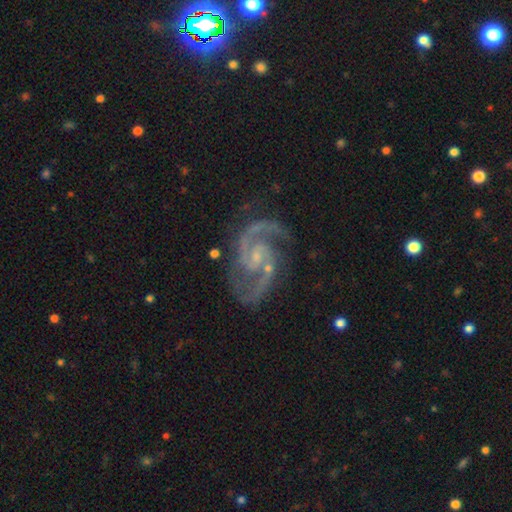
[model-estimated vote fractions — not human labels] smooth_or_featured: featured or disk (p=0.93) [alt: star or artifact p=0.04]
disk_edge_on: no (p=0.98) [alt: yes p=0.02]
bar: weak (p=0.45) [alt: no p=0.44]
has_spiral_arms: yes (p=0.99) [alt: no p=0.01]
spiral_winding: medium (p=0.66) [alt: tight p=0.21]
spiral_arm_count: 2 (p=0.91) [alt: 3 p=0.03]
bulge_size: small (p=0.70) [alt: moderate p=0.15]
merging: none (p=0.70) [alt: minor disturbance p=0.18]